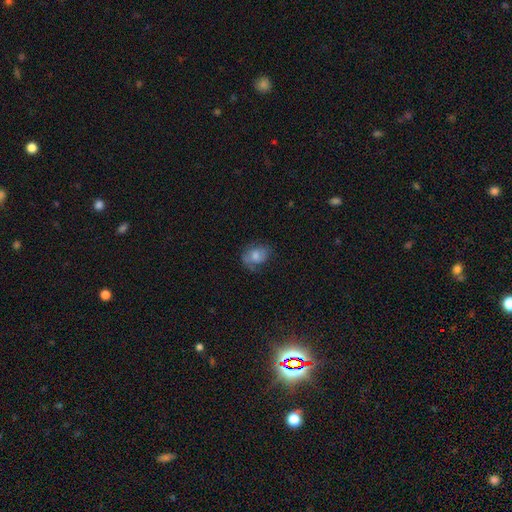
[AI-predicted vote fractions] Overall: smooth (47%; featured or disk 40%). Merging: none (58%; minor disturbance 25%).